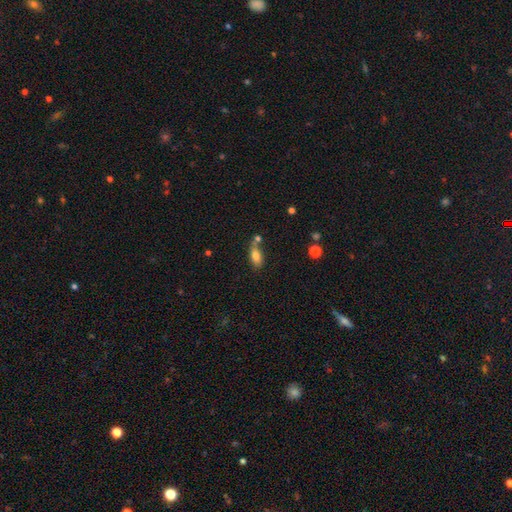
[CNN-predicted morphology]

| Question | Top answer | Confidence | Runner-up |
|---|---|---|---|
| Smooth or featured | smooth | 77% | featured or disk (14%) |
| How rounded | in between | 84% | cigar-shaped (12%) |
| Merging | none | 55% | merger (23%) |